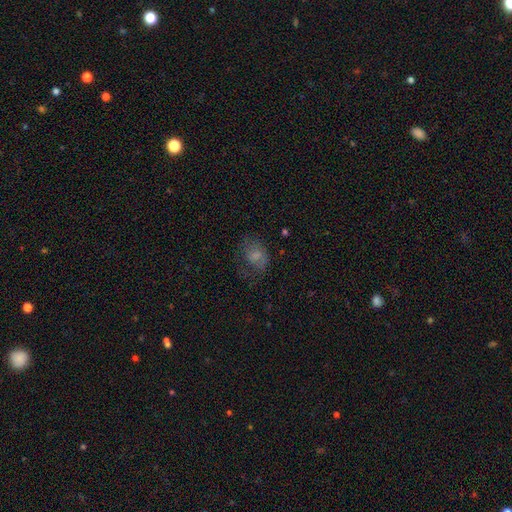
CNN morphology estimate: Smooth or featured? smooth (61%)
How rounded? in between (63%)
Merging? none (46%)